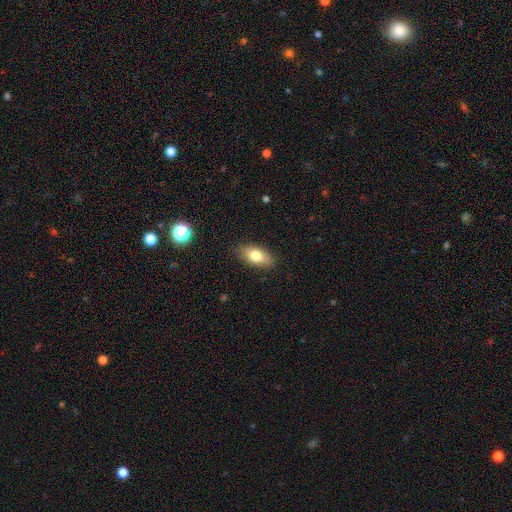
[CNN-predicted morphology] smooth-or-featured: smooth: 78% | featured or disk: 15% | star or artifact: 7%
  how-rounded: in between: 87% | cigar-shaped: 8% | round: 4%
  merging: none: 87% | minor disturbance: 10% | major disturbance: 2% | merger: 1%